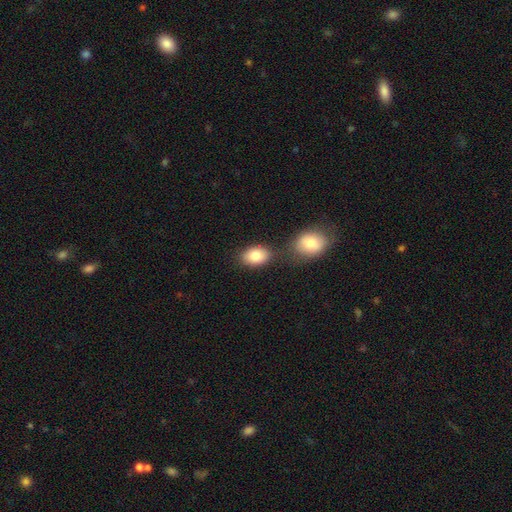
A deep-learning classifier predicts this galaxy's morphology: This appears to be a smooth galaxy with no disk features (84%) that is in between round and cigar-shaped (83%). Merging: none (70%).